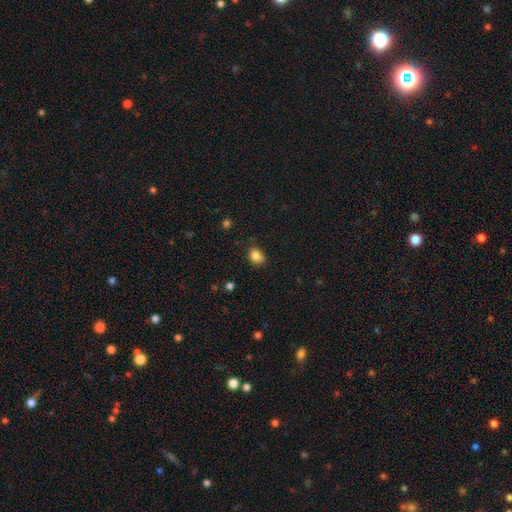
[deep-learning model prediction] This appears to be a smooth galaxy with no disk features (85%) that is in between round and cigar-shaped (54%). Merging: none (76%).